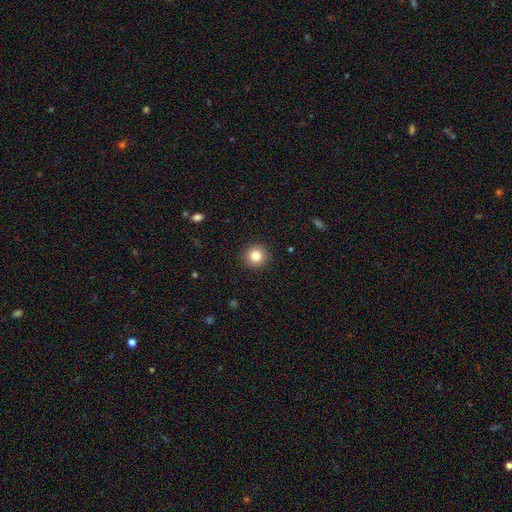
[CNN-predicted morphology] This appears to be a smooth galaxy with no disk features (83%) that is round (95%). Merging: none (92%).